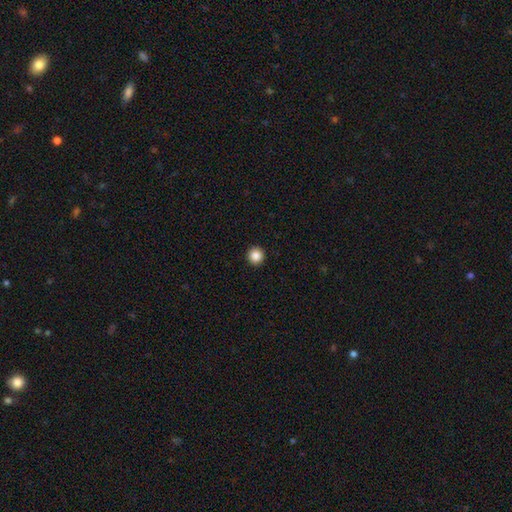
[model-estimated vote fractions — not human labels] A smooth galaxy with no disk features (86%) that is round (96%). Merging: none (94%).